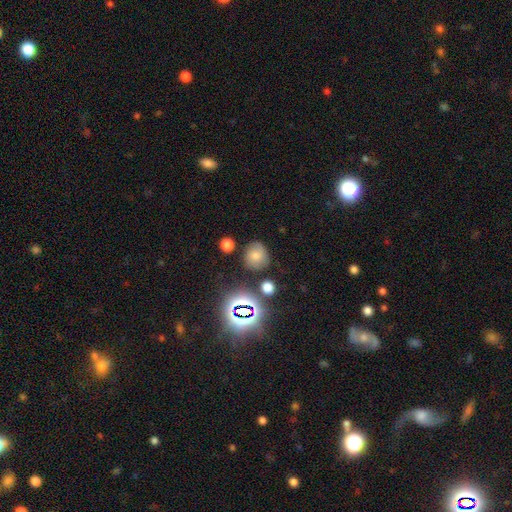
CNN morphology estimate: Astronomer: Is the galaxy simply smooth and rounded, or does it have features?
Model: smooth — 49% (runner-up: star or artifact, 30%).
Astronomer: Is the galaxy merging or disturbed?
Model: none — 78%.